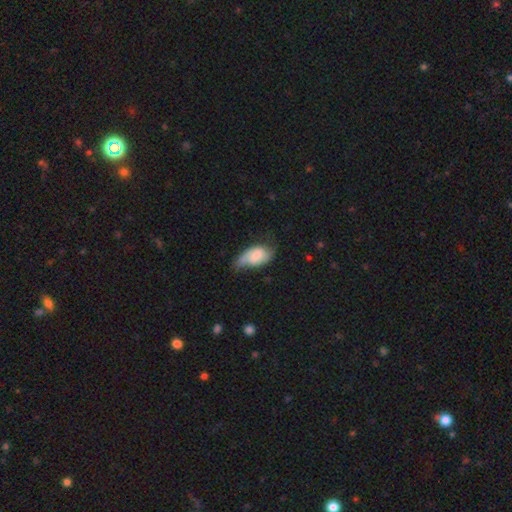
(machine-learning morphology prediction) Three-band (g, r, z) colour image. It shows a featured or disk galaxy (47%). Merging: none (43%).